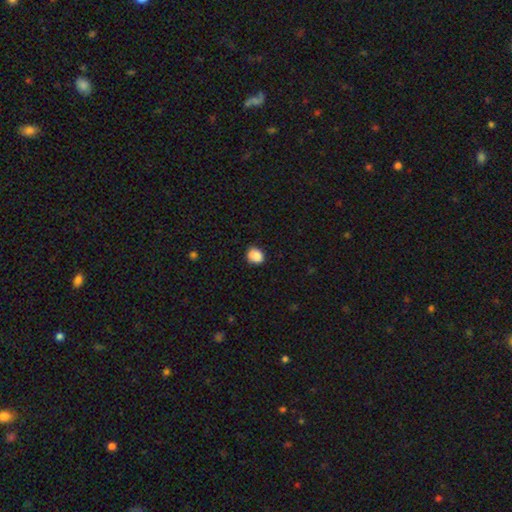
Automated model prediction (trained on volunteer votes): Overall: smooth (85%). How rounded: round (61%; in between 38%). Merging: none (74%).